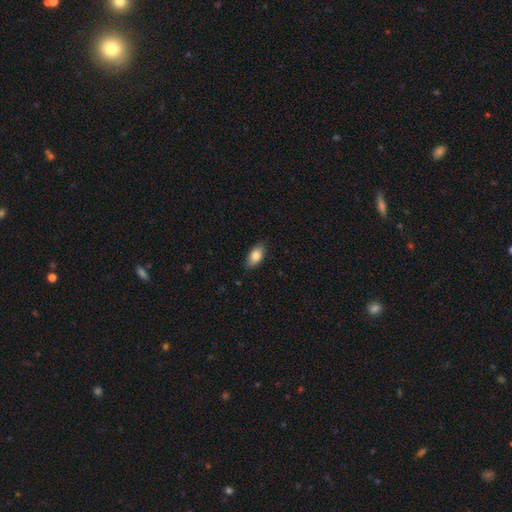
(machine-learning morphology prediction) Q: Smooth or featured?
A: smooth (85%); runner-up: featured or disk (8%)
Q: How rounded?
A: in between (92%); runner-up: round (4%)
Q: Merging?
A: none (84%); runner-up: minor disturbance (13%)